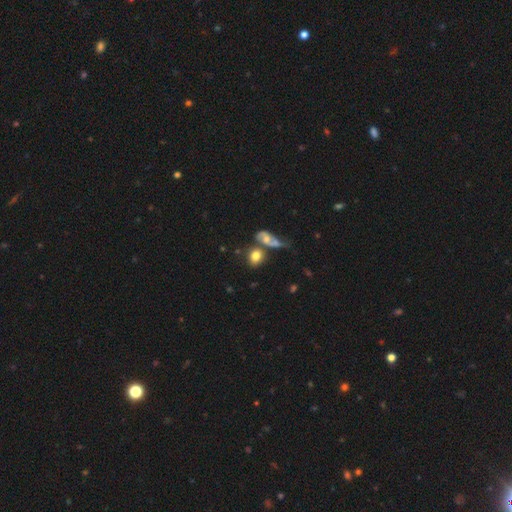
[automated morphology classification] smooth-or-featured: smooth: 73% | featured or disk: 18% | star or artifact: 9%
  how-rounded: round: 63% | in between: 35% | cigar-shaped: 2%
  merging: none: 45% | merger: 34% | minor disturbance: 13% | major disturbance: 8%